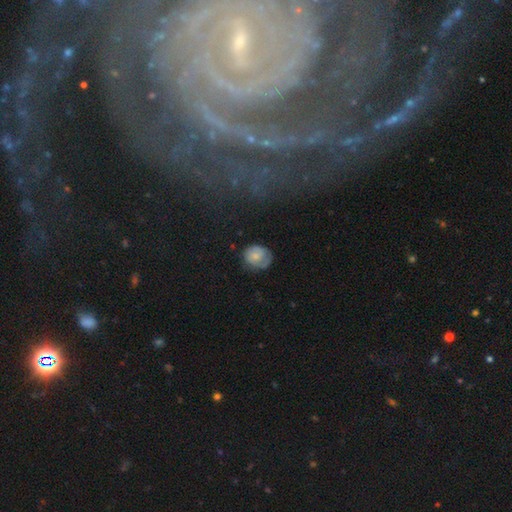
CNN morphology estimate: smooth-or-featured: smooth: 55% | featured or disk: 36% | star or artifact: 8%
  how-rounded: round: 67% | in between: 32% | cigar-shaped: 1%
  merging: none: 62% | minor disturbance: 27% | major disturbance: 10% | merger: 2%